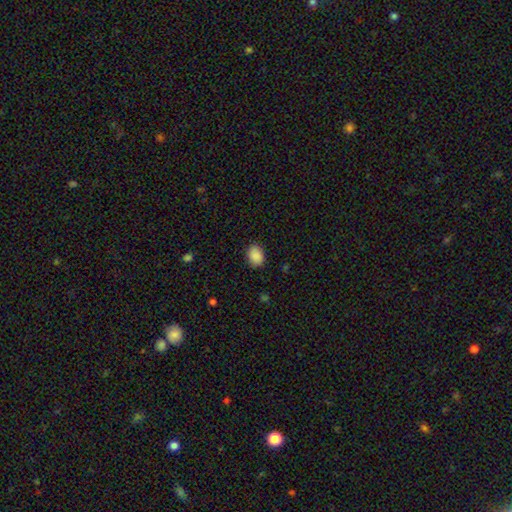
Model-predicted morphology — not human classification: The model was most divided on "how rounded": in between: 72%, round: 27%, cigar-shaped: 1%. More confident: smooth or featured — smooth (89%); merging — none (84%).